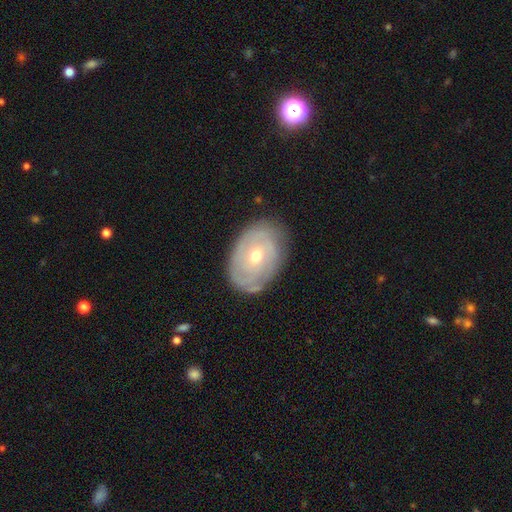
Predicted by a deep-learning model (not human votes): Overall: featured or disk (69%). Edge-on disk: no (94%). Bar: no (72%). Spiral arms: yes (71%). Bulge size: moderate (60%; small 36%). Merging: none (78%).